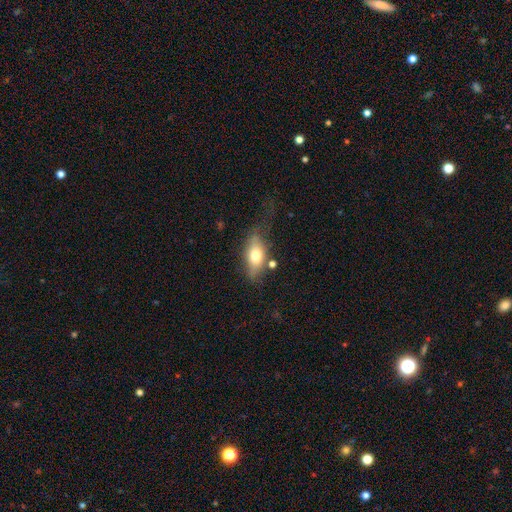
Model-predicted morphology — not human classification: type=smooth (68%); roundness=in between (84%); merging=none (52%).